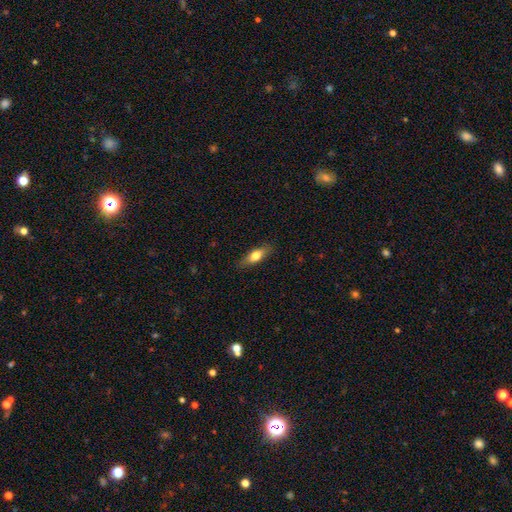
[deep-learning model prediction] smooth_or_featured: smooth (p=0.70) [alt: featured or disk p=0.23]
how_rounded: in between (p=0.63) [alt: cigar-shaped p=0.34]
merging: none (p=0.84) [alt: minor disturbance p=0.12]